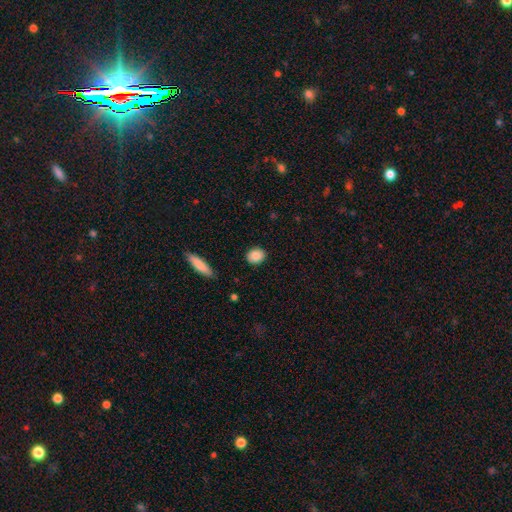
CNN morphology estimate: Overall: smooth (88%). How rounded: round (56%; in between 42%). Merging: none (88%).